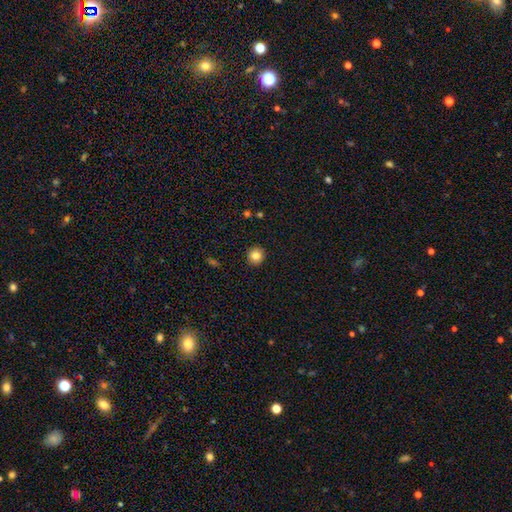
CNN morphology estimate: type=smooth (83%); roundness=round (94%); merging=none (93%).